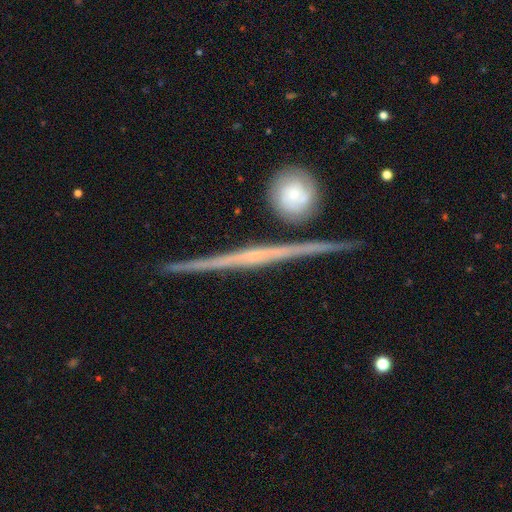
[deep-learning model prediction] The model was most divided on "edge-on bulge": none: 55%, rounded: 30%, boxy: 14%. More confident: edge-on disk — yes (98%); merging — none (87%); smooth or featured — featured or disk (82%).